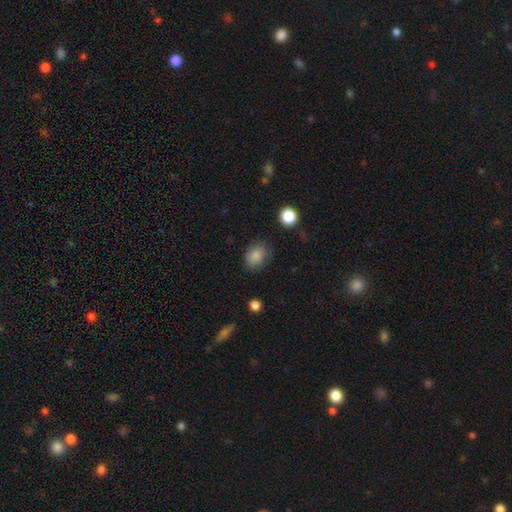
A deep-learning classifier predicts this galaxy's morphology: Overall: smooth (85%). How rounded: in between (59%; round 40%). Merging: none (78%).